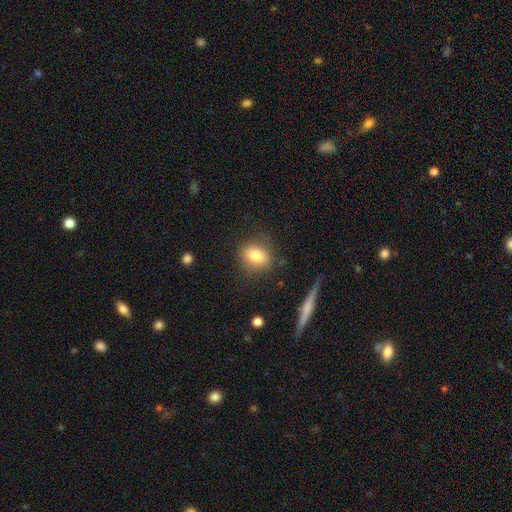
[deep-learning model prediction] Smooth or featured?
  - smooth: 82% *
  - featured or disk: 9%
  - star or artifact: 9%
How rounded?
  - round: 49% * (tied)
  - in between: 49% * (tied)
  - cigar-shaped: 2%
Merging?
  - none: 79% *
  - minor disturbance: 14%
  - major disturbance: 5%
  - merger: 2%